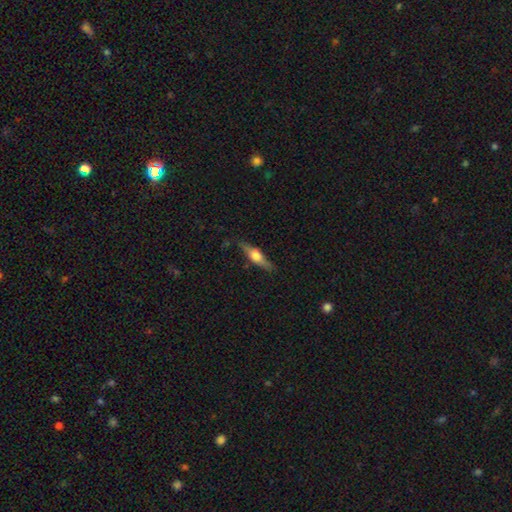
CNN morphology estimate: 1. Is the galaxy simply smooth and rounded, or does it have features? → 59% featured or disk, 35% smooth, 6% star or artifact.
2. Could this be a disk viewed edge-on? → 94% yes, 6% no.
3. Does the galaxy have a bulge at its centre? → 92% rounded, 6% boxy, 2% none.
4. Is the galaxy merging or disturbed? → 81% none, 14% minor disturbance, 3% major disturbance, 2% merger.